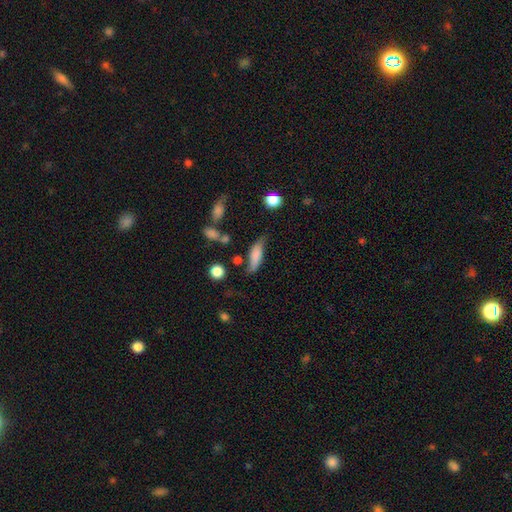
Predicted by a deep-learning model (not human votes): A smooth galaxy with no disk features (60%) that is in between round and cigar-shaped (54%).

Vote fractions:
- Smooth or featured? smooth: 60% / featured or disk: 31% / star or artifact: 9%
- How rounded? in between: 54% / cigar-shaped: 42% / round: 4%
- Merging? none: 51% / minor disturbance: 31% / major disturbance: 12% / merger: 7%